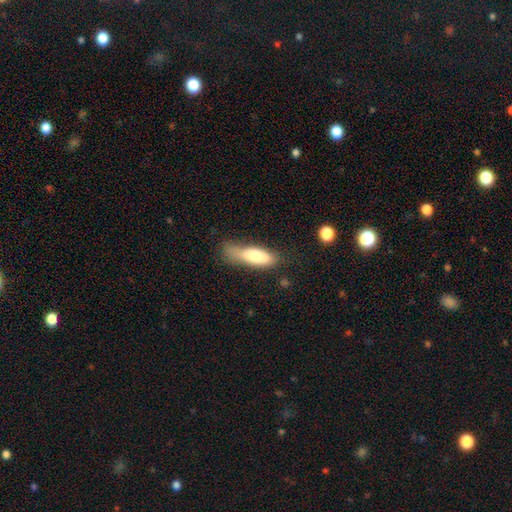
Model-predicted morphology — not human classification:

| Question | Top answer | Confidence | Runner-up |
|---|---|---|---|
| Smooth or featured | smooth | 74% | featured or disk (19%) |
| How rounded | in between | 52% | cigar-shaped (46%) |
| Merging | none | 40% | minor disturbance (34%) |